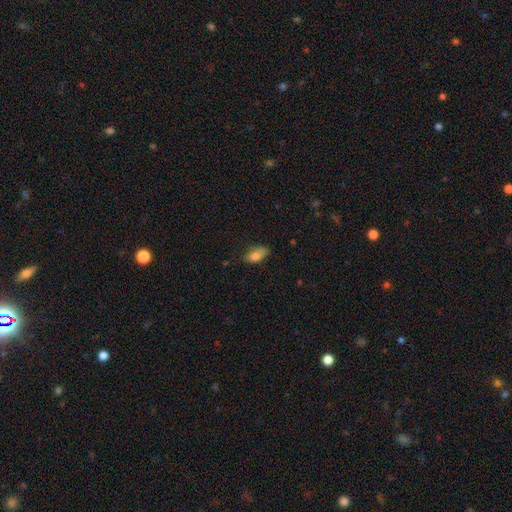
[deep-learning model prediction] Smooth or featured: smooth — 78% (featured or disk — 14%)
How rounded: in between — 90% (cigar-shaped — 6%)
Merging: none — 66% (minor disturbance — 27%)